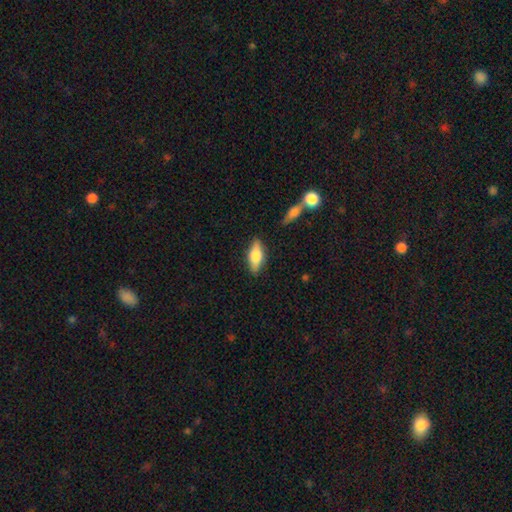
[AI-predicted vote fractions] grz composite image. It shows a smooth galaxy with no disk features (64%) that is in between round and cigar-shaped (74%). Merging: none (85%).